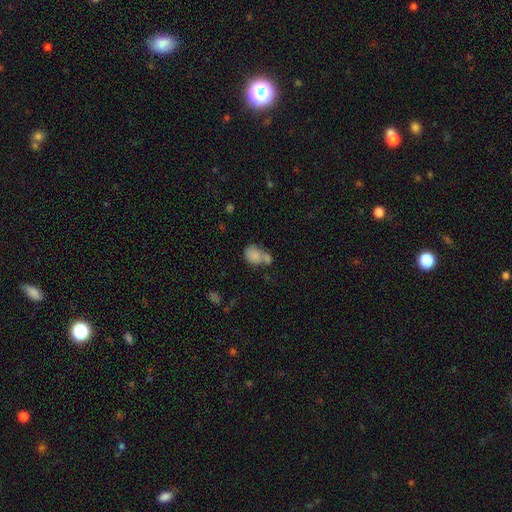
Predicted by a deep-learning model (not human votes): smooth 80%, featured or disk 10%, star or artifact 9%. Down the decision tree: how rounded — in between (60%); merging — merger (51%).